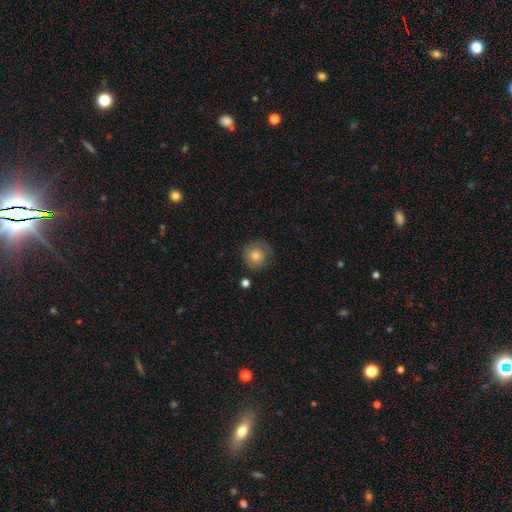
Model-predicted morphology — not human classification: Q: Smooth or featured?
A: smooth (75%); runner-up: featured or disk (17%)
Q: How rounded?
A: round (90%); runner-up: in between (9%)
Q: Merging?
A: none (71%); runner-up: minor disturbance (19%)